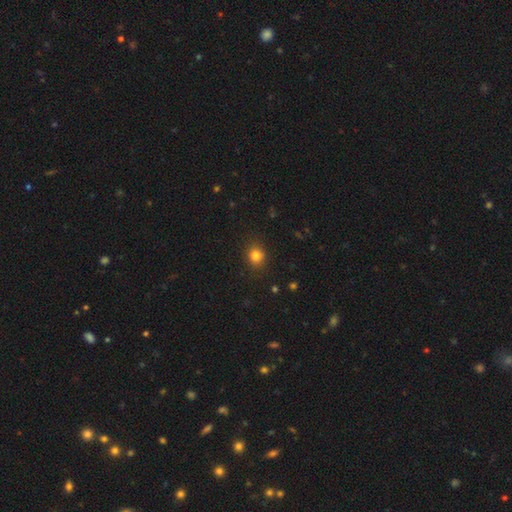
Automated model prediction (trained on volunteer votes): Smooth or featured?
  - smooth: 82% *
  - star or artifact: 13%
  - featured or disk: 6%
How rounded?
  - round: 76% *
  - in between: 23%
  - cigar-shaped: 1%
Merging?
  - none: 88% *
  - minor disturbance: 8%
  - major disturbance: 3%
  - merger: 1%